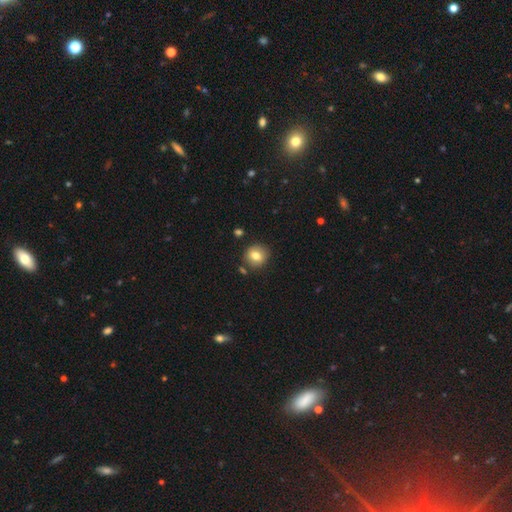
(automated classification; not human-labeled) This is likely a smooth galaxy (77%). How rounded: clearly round (87%). Merging: clearly none (83%).